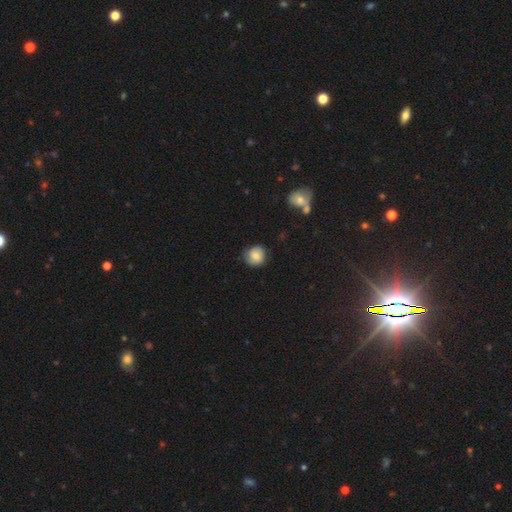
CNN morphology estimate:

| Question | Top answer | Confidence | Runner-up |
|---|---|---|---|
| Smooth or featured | smooth | 76% | featured or disk (16%) |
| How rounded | round | 87% | in between (12%) |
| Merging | none | 76% | minor disturbance (19%) |